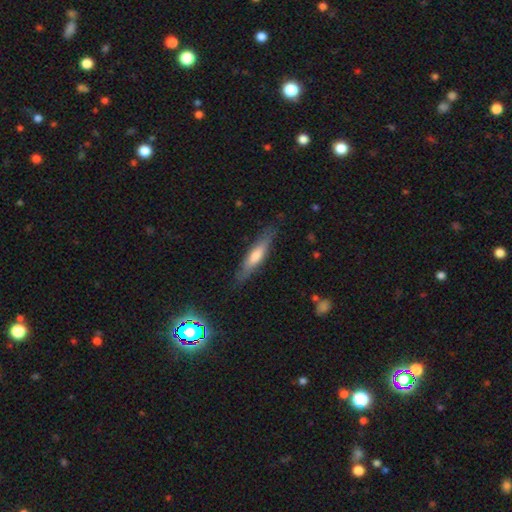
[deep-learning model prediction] Smooth or featured?
  - smooth: 48% *
  - featured or disk: 45%
  - star or artifact: 7%
Merging?
  - none: 83% *
  - minor disturbance: 12%
  - major disturbance: 3%
  - merger: 1%